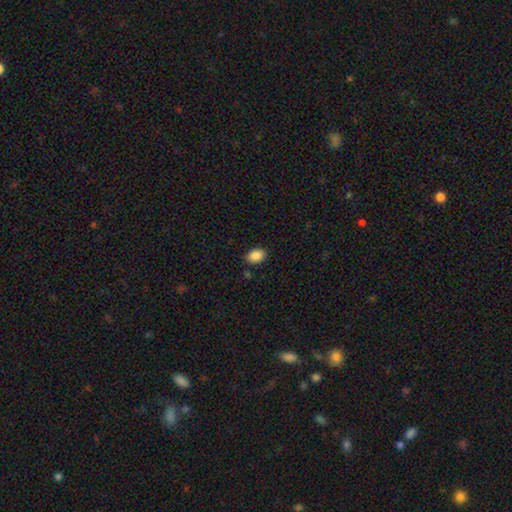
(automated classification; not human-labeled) Smooth or featured?
  - smooth: 88% *
  - star or artifact: 8%
  - featured or disk: 4%
How rounded?
  - in between: 81% *
  - round: 18%
  - cigar-shaped: 1%
Merging?
  - none: 85% *
  - minor disturbance: 11%
  - major disturbance: 2%
  - merger: 2%